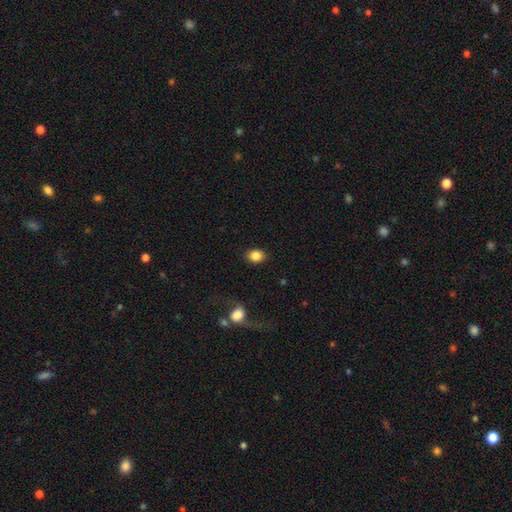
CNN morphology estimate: Overall: smooth (85%). How rounded: in between (54%; round 45%). Merging: none (85%).